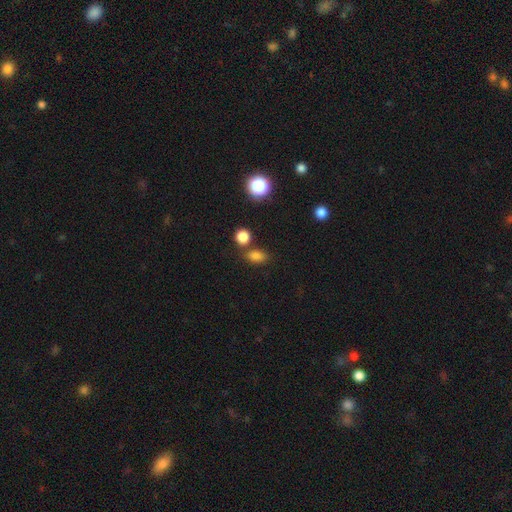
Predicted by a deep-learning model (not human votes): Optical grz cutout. It shows a smooth galaxy with no disk features (81%) that is in between round and cigar-shaped (75%). Merging: none (68%).